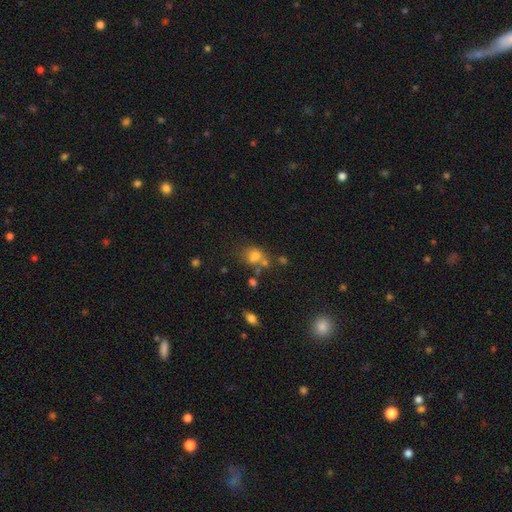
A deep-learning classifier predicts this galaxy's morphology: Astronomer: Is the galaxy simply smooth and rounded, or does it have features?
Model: smooth — 70%.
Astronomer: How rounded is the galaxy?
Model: round — 52% (runner-up: in between, 46%).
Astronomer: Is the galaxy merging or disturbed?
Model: none — 48% (runner-up: merger, 28%).